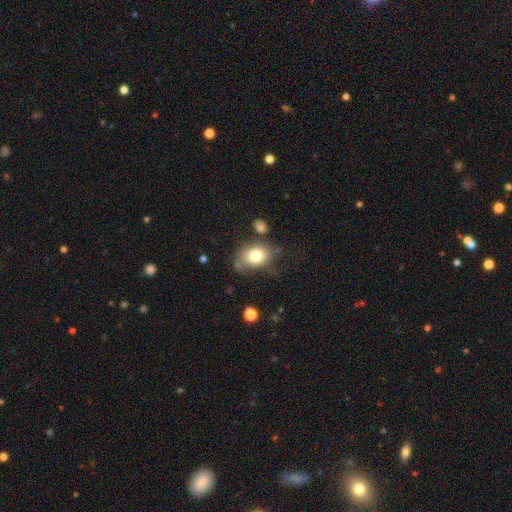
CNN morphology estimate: Overall: smooth (76%). How rounded: in between (69%; round 30%). Merging: none (59%; minor disturbance 23%).